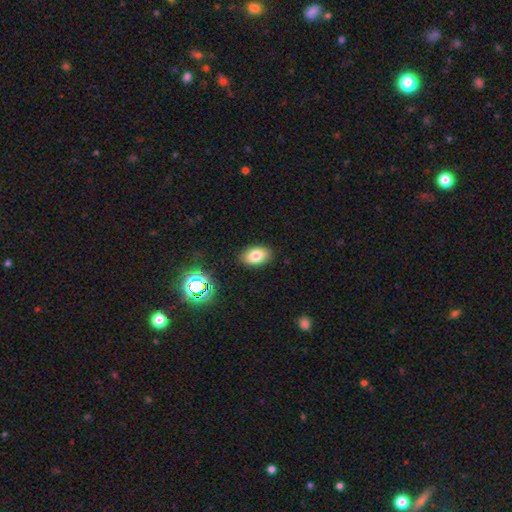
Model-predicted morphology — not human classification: Overall: smooth (78%). How rounded: in between (90%). Merging: none (87%).